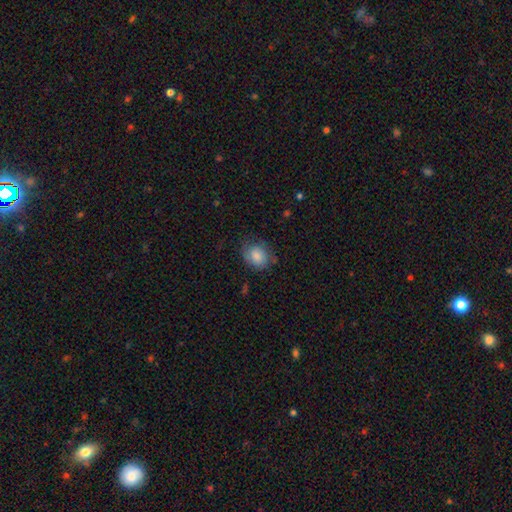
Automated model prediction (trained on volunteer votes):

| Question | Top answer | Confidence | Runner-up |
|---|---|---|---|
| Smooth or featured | smooth | 76% | featured or disk (16%) |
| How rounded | round | 59% | in between (40%) |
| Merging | none | 69% | minor disturbance (22%) |